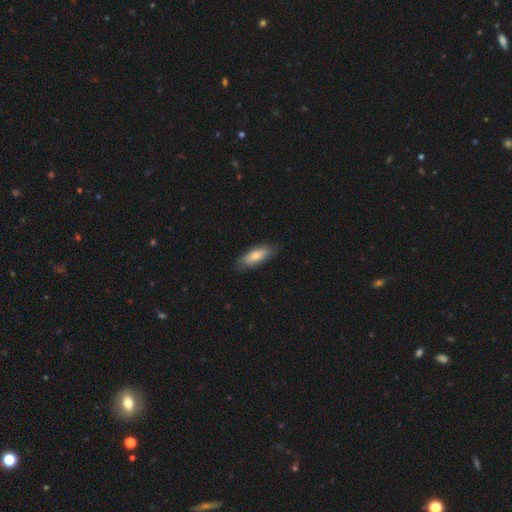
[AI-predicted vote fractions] This is likely a smooth galaxy (74%). How rounded: likely in between (71%). Merging: likely none (79%).